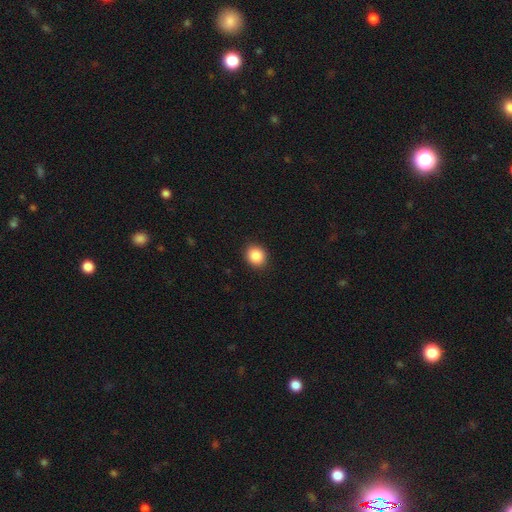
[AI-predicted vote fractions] A smooth galaxy with no disk features (87%) that is round (77%). Merging: none (91%).